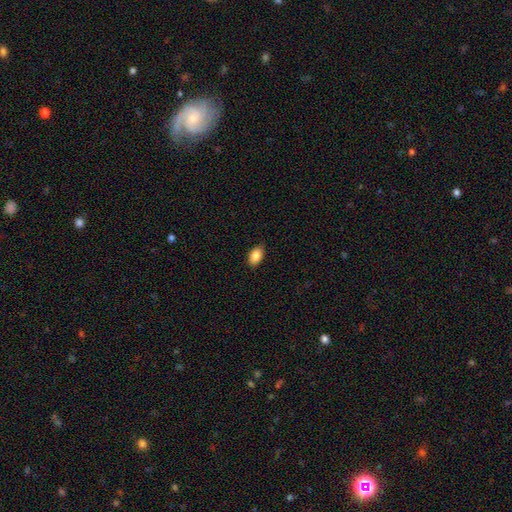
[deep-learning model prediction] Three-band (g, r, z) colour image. It shows a smooth galaxy with no disk features (87%) that is in between round and cigar-shaped (91%). Merging: none (87%).